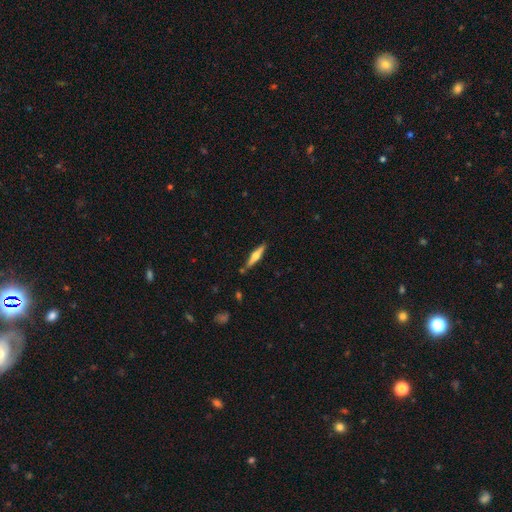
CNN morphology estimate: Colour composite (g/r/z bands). It shows a featured or disk galaxy (58%) viewed edge-on (96%) with a rounded central bulge (90%). Merging: none (85%).